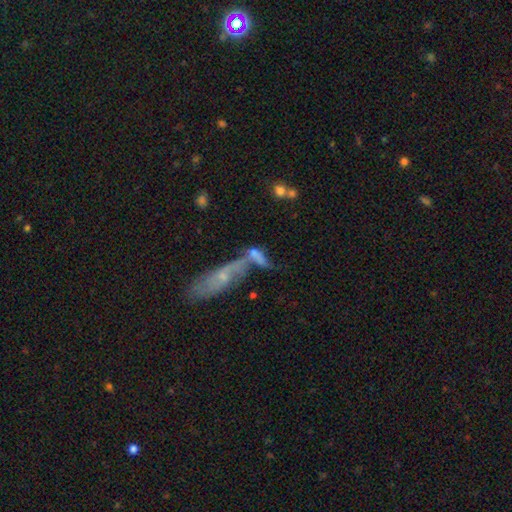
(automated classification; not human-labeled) smooth-or-featured: smooth: 53% | featured or disk: 34% | star or artifact: 13%
  how-rounded: cigar-shaped: 47% | in between: 46% | round: 7%
  merging: merger: 52% | none: 21% | major disturbance: 15% | minor disturbance: 12%